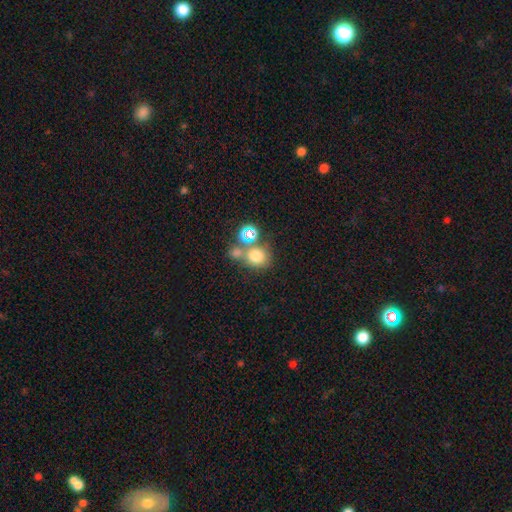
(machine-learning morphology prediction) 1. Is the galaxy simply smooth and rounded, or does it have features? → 71% smooth, 19% star or artifact, 11% featured or disk.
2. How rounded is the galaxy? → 76% round, 23% in between, 1% cigar-shaped.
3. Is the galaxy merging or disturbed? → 49% none, 35% merger, 10% minor disturbance, 6% major disturbance.